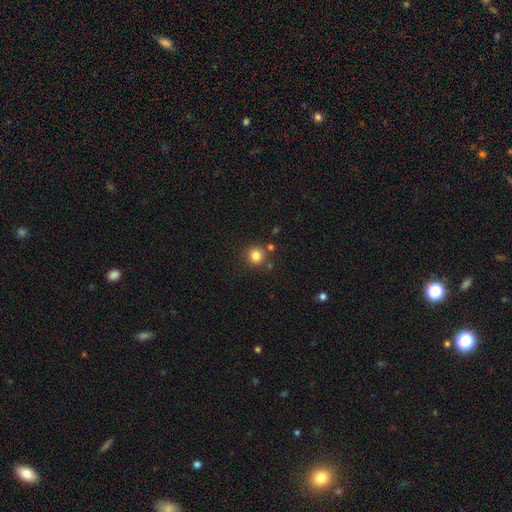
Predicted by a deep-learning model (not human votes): Q: Smooth or featured?
A: smooth (83%); runner-up: star or artifact (12%)
Q: How rounded?
A: round (93%); runner-up: in between (7%)
Q: Merging?
A: none (80%); runner-up: minor disturbance (9%)